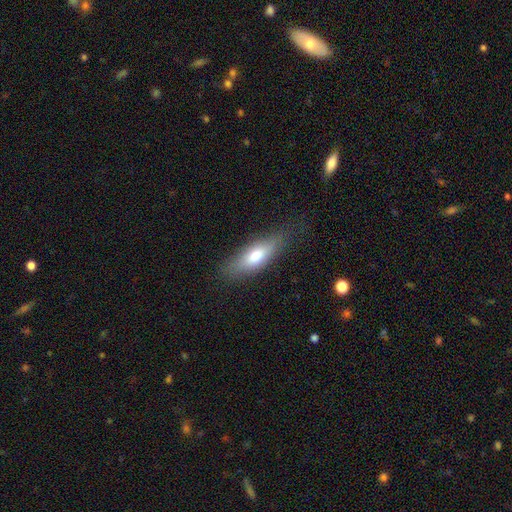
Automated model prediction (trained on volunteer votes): Smooth or featured: smooth — 69% (featured or disk — 24%)
How rounded: in between — 56% (cigar-shaped — 42%)
Merging: none — 75% (minor disturbance — 18%)